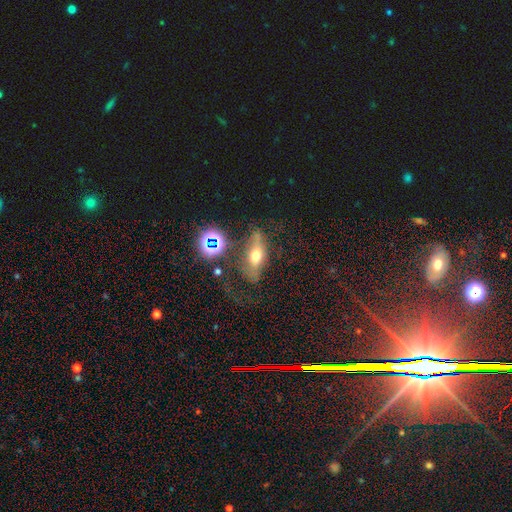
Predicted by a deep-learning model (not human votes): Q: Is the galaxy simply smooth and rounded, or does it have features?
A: smooth — 48%.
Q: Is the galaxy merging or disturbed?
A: none — 51%.